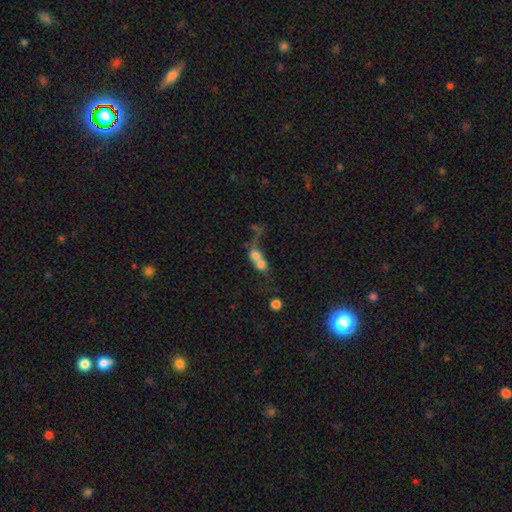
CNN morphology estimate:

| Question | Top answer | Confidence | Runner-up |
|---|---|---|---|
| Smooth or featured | smooth | 61% | featured or disk (27%) |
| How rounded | round | 49% | in between (45%) |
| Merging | merger | 74% | none (12%) |